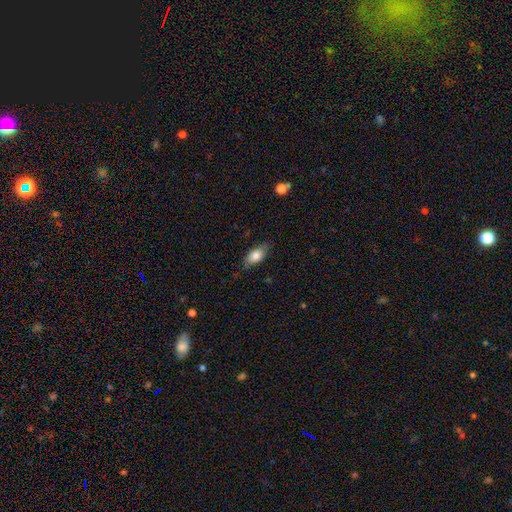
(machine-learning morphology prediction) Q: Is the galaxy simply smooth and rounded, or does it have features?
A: smooth — 80%.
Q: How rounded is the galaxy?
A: in between — 88%.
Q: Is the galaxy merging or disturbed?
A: none — 76%.